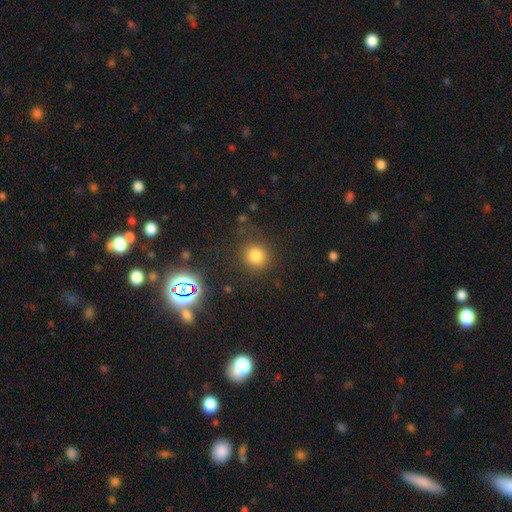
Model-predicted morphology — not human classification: smooth 78%, star or artifact 15%, featured or disk 6%. Down the decision tree: how rounded — round (88%); merging — none (81%).